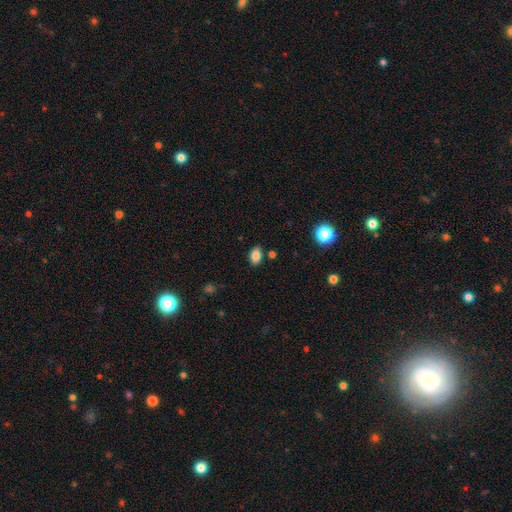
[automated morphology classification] smooth-or-featured: smooth: 85% | star or artifact: 9% | featured or disk: 6%
  how-rounded: in between: 86% | round: 12% | cigar-shaped: 2%
  merging: none: 81% | minor disturbance: 12% | merger: 4% | major disturbance: 3%